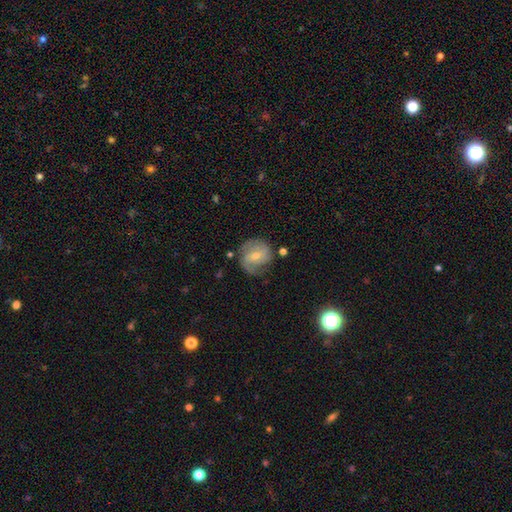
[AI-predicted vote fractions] Smooth or featured?
  - featured or disk: 72% *
  - smooth: 19%
  - star or artifact: 9%
Edge-on disk?
  - no: 97% *
  - yes: 3%
Bar?
  - no: 47% *
  - weak: 41%
  - strong: 12%
Spiral arms?
  - yes: 91% *
  - no: 9%
Spiral winding?
  - tight: 43% *
  - medium: 41%
  - loose: 17%
Spiral arm count?
  - 2: 58% *
  - can't tell: 20%
  - 3: 10%
  - 1: 7%
  - 4: 3%
  - more than 4: 2%
Bulge size?
  - small: 57% *
  - moderate: 39%
  - none: 1%
  - large: 1%
  - dominant: 1%
Merging?
  - none: 70% *
  - minor disturbance: 20%
  - major disturbance: 8%
  - merger: 2%